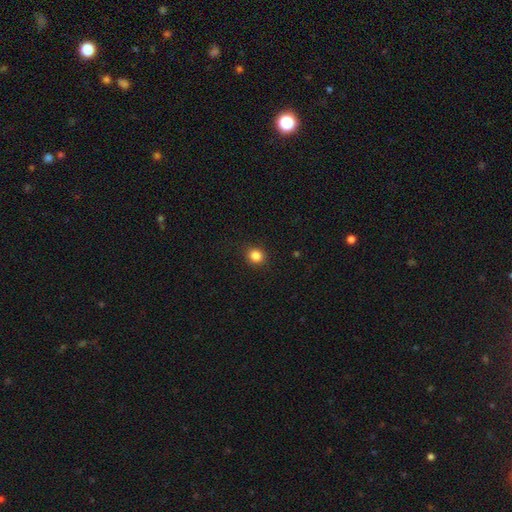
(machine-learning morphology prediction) The model was most divided on "how rounded": round: 83%, in between: 16%, cigar-shaped: 1%. More confident: merging — none (91%); smooth or featured — smooth (85%).